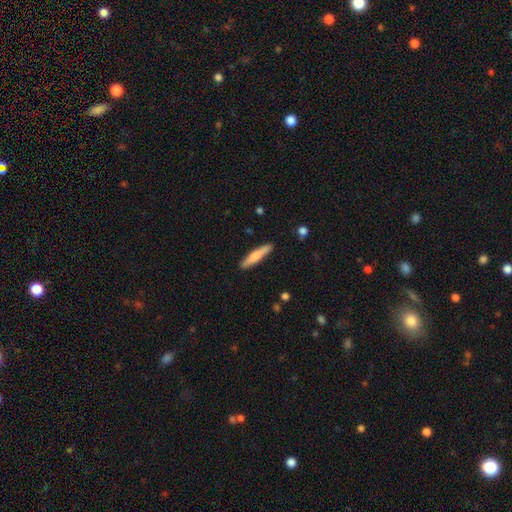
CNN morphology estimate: A smooth galaxy with no disk features (65%) that is cigar-shaped (88%).

Vote fractions:
- Smooth or featured? smooth: 65% / featured or disk: 30% / star or artifact: 5%
- How rounded? cigar-shaped: 88% / in between: 10% / round: 1%
- Merging? none: 89% / minor disturbance: 8% / major disturbance: 2% / merger: 1%